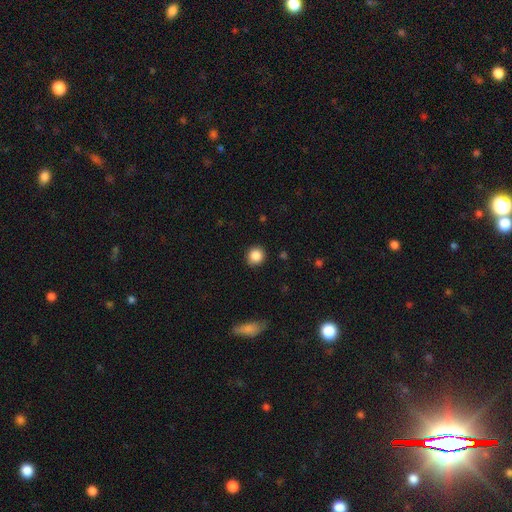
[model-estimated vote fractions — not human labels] The model was most divided on "how rounded": round: 88%, in between: 11%, cigar-shaped: 1%. More confident: merging — none (90%); smooth or featured — smooth (87%).